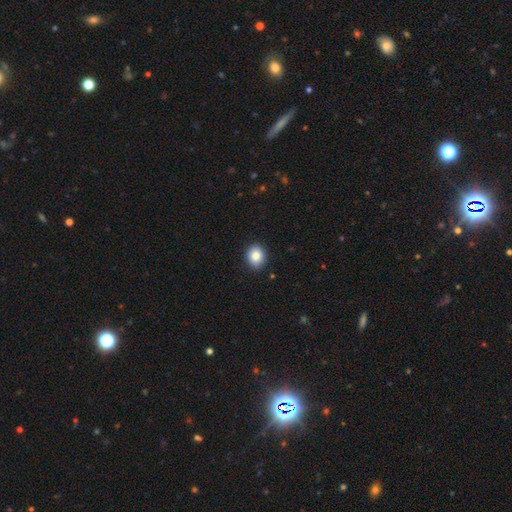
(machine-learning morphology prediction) smooth 86%, star or artifact 9%, featured or disk 6%. Down the decision tree: how rounded — round (58%); merging — none (90%).